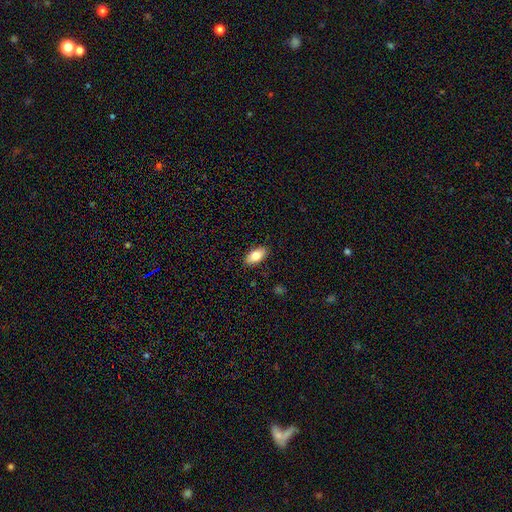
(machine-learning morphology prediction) type=smooth (81%); roundness=in between (92%); merging=none (88%).